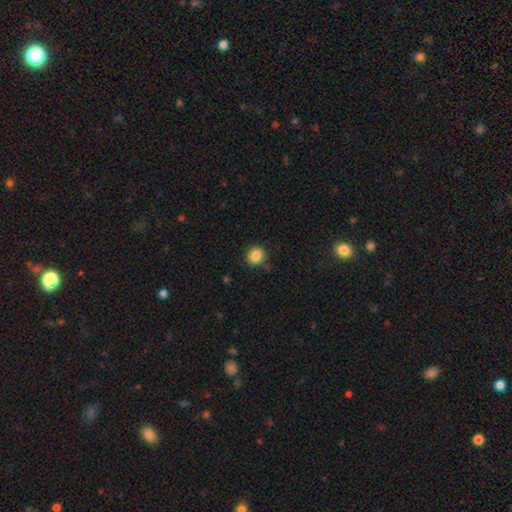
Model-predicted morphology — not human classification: This is clearly a smooth galaxy (86%). How rounded: clearly round (85%). Merging: clearly none (84%).